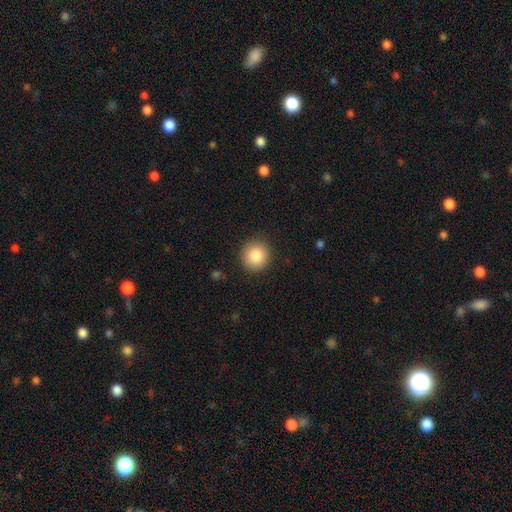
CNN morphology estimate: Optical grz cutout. It shows a smooth galaxy with no disk features (85%) that is round (93%). Merging: none (90%).